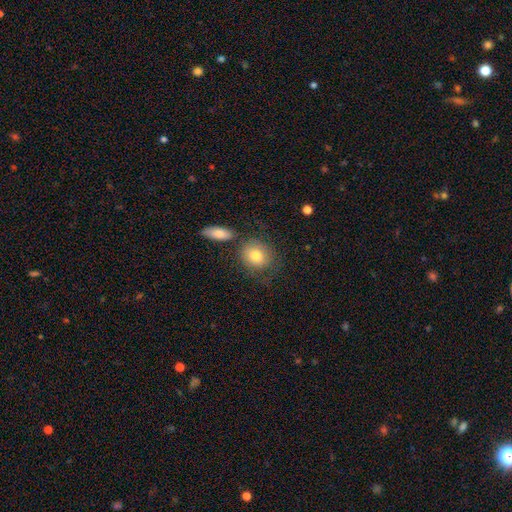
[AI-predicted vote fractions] Smooth or featured?
  - smooth: 78% *
  - featured or disk: 14%
  - star or artifact: 8%
How rounded?
  - round: 64% *
  - in between: 35%
  - cigar-shaped: 1%
Merging?
  - none: 63% *
  - minor disturbance: 16%
  - merger: 13%
  - major disturbance: 8%